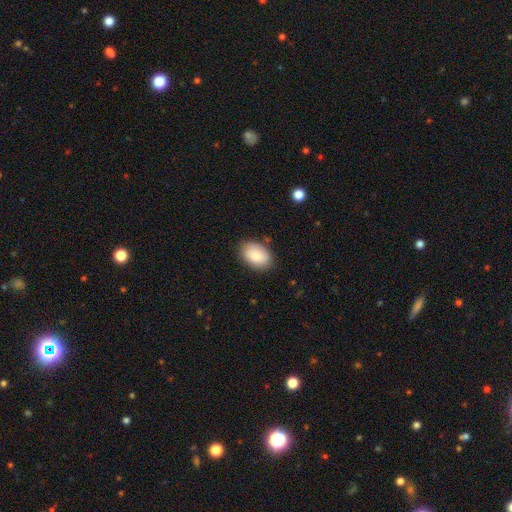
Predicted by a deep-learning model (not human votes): Smooth or featured? Predicted: smooth (p=0.85). How rounded? Predicted: in between (p=0.88). Merging? Predicted: none (p=0.84).